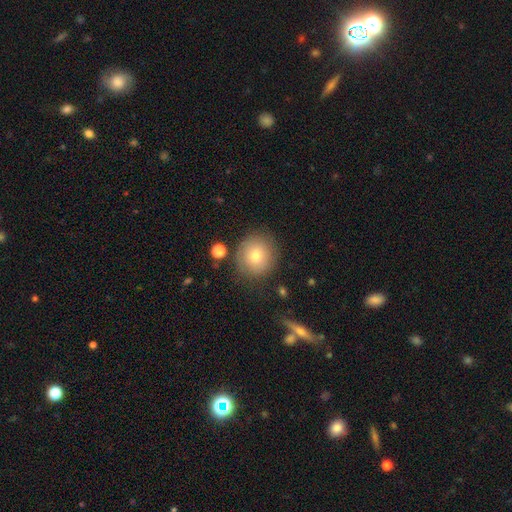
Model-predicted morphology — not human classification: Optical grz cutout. It shows a smooth galaxy with no disk features (74%) that is round (88%). Merging: none (81%).